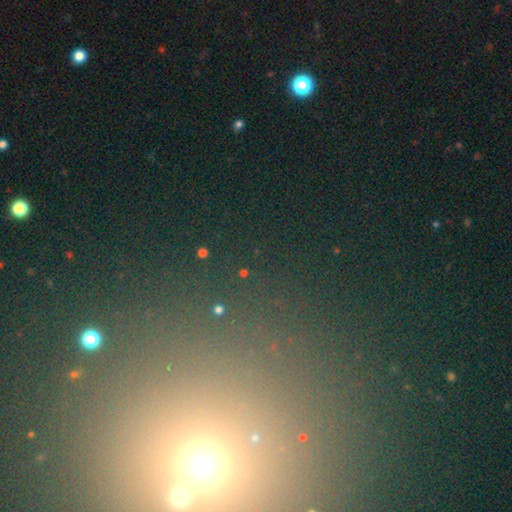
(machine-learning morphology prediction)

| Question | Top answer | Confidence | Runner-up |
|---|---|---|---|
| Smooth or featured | star or artifact | 61% | smooth (28%) |